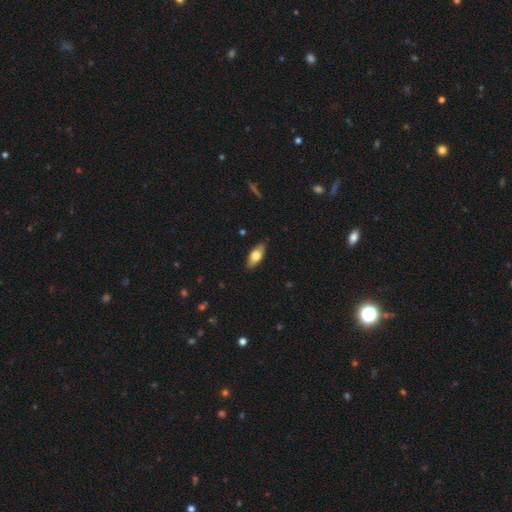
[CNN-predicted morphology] A smooth galaxy with no disk features (74%) that is in between round and cigar-shaped (85%). Merging: none (87%).